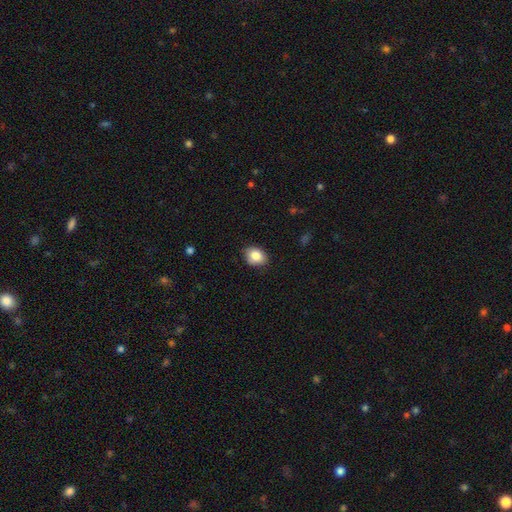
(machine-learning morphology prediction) This appears to be a smooth galaxy with no disk features (85%) that is in between round and cigar-shaped (64%). Merging: none (81%).